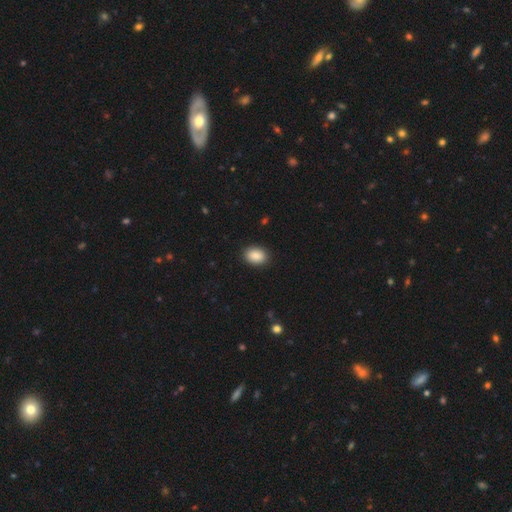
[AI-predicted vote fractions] The model was most divided on "how rounded": in between: 79%, round: 20%, cigar-shaped: 1%. More confident: merging — none (90%); smooth or featured — smooth (89%).